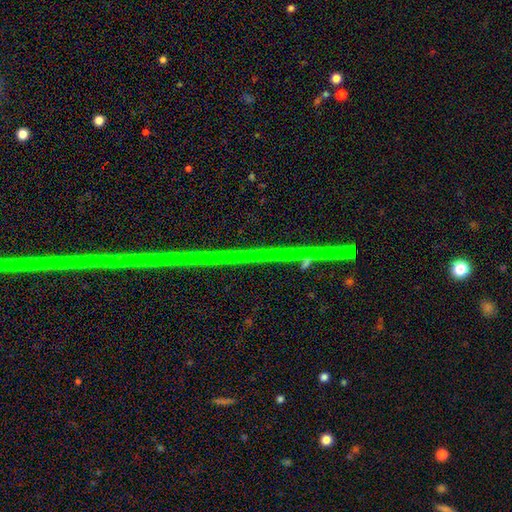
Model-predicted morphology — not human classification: type=star or artifact (84%).